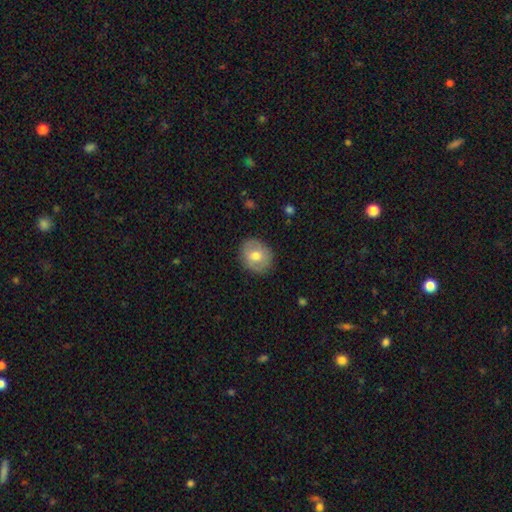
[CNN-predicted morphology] A smooth galaxy with no disk features (65%) that is round (62%).

Vote fractions:
- Smooth or featured? smooth: 65% / featured or disk: 27% / star or artifact: 7%
- How rounded? round: 62% / in between: 37% / cigar-shaped: 1%
- Merging? none: 85% / minor disturbance: 11% / major disturbance: 3% / merger: 1%